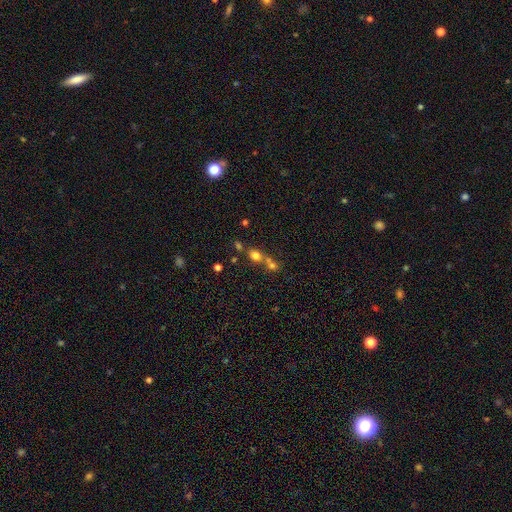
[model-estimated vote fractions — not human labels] smooth-or-featured: smooth: 73% | star or artifact: 16% | featured or disk: 11%
  how-rounded: round: 63% | in between: 35% | cigar-shaped: 2%
  merging: merger: 49% | none: 39% | minor disturbance: 7% | major disturbance: 4%